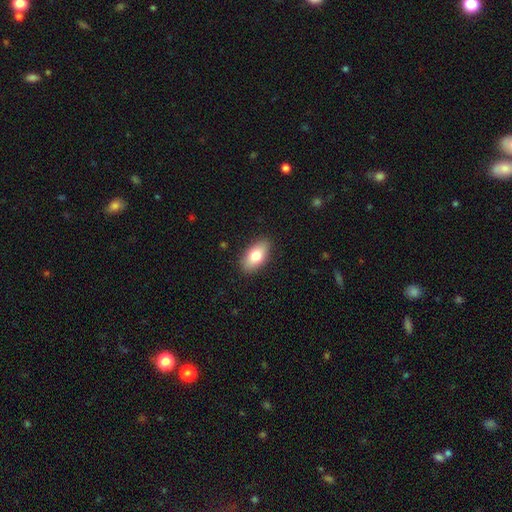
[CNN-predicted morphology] A smooth galaxy with no disk features (76%) that is in between round and cigar-shaped (90%).

Vote fractions:
- Smooth or featured? smooth: 76% / featured or disk: 17% / star or artifact: 7%
- How rounded? in between: 90% / round: 5% / cigar-shaped: 5%
- Merging? none: 88% / minor disturbance: 9% / major disturbance: 2% / merger: 1%